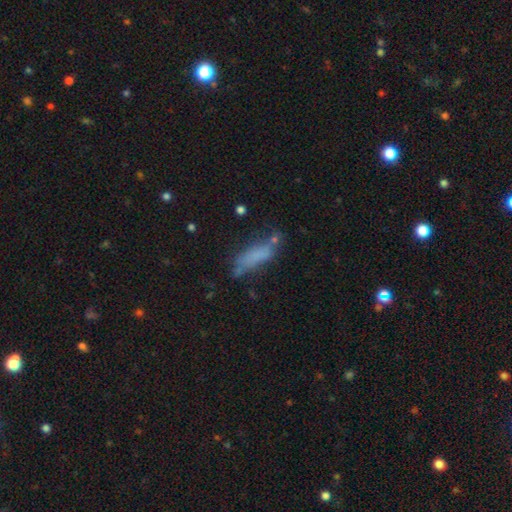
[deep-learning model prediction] A smooth galaxy with no disk features (68%) that is cigar-shaped (54%). Merging: none (53%).